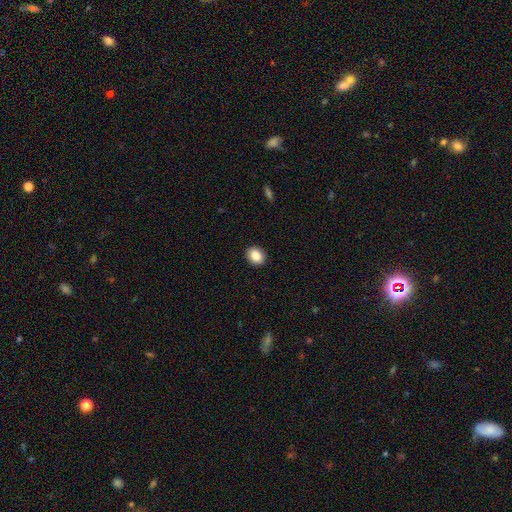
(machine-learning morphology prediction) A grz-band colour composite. It shows a smooth galaxy with no disk features (88%) that is round (50%). Merging: none (91%).